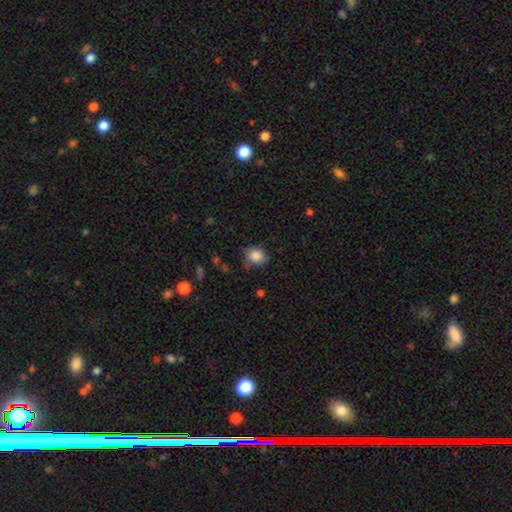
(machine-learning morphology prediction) smooth 86%, star or artifact 9%, featured or disk 5%. Down the decision tree: how rounded — round (63%); merging — none (72%).